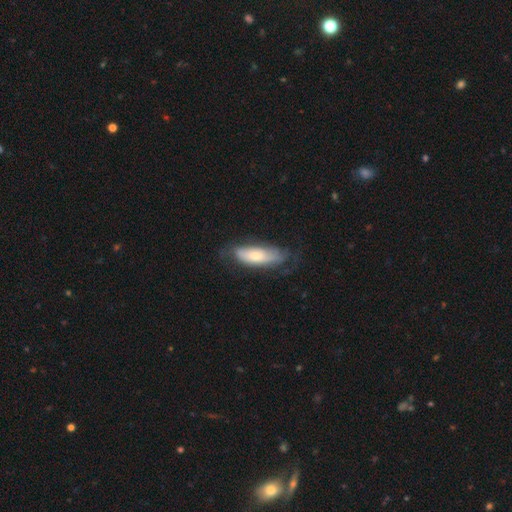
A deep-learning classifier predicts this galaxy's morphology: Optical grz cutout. It shows a smooth galaxy with no disk features (61%) that is in between round and cigar-shaped (65%). Merging: none (56%).